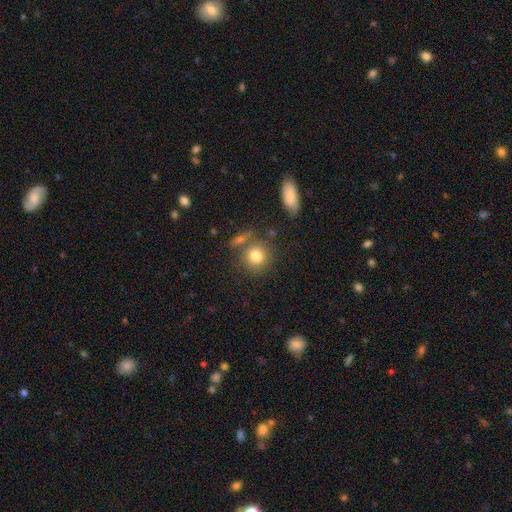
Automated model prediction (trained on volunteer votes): This appears to be a smooth galaxy with no disk features (81%) that is round (86%). Merging: none (69%).